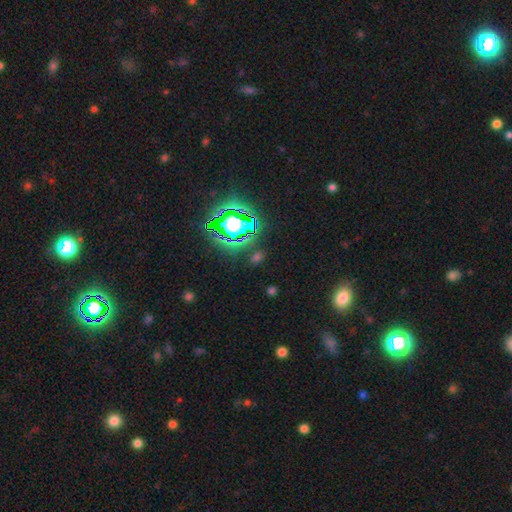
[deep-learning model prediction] Overall: star or artifact (67%).